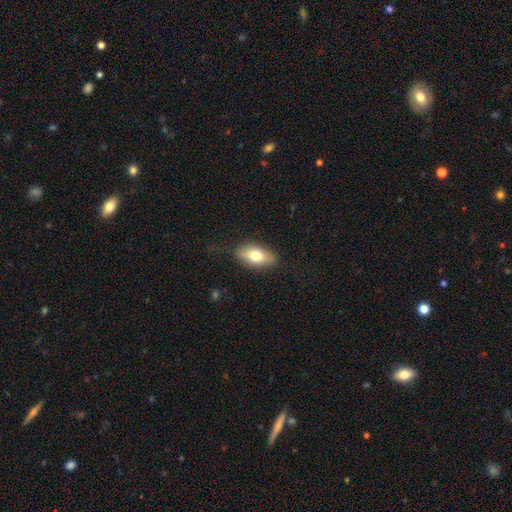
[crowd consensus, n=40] This appears to be a smooth galaxy with no disk features (75%) that is in between round and cigar-shaped (80%). Merging: none (74%).